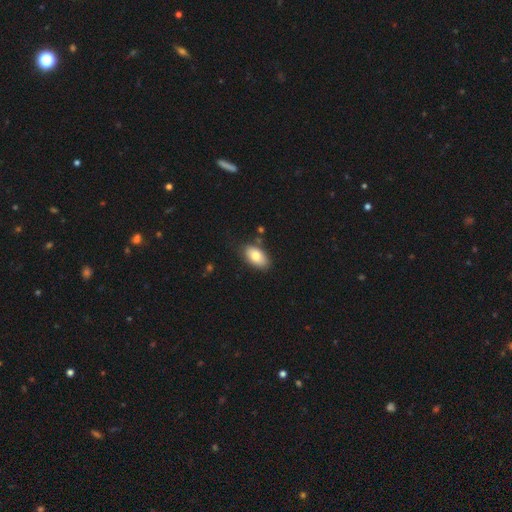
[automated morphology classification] Smooth or featured?
  - smooth: 79% *
  - featured or disk: 13%
  - star or artifact: 7%
How rounded?
  - in between: 93% *
  - round: 5%
  - cigar-shaped: 2%
Merging?
  - none: 79% *
  - minor disturbance: 14%
  - merger: 4%
  - major disturbance: 3%